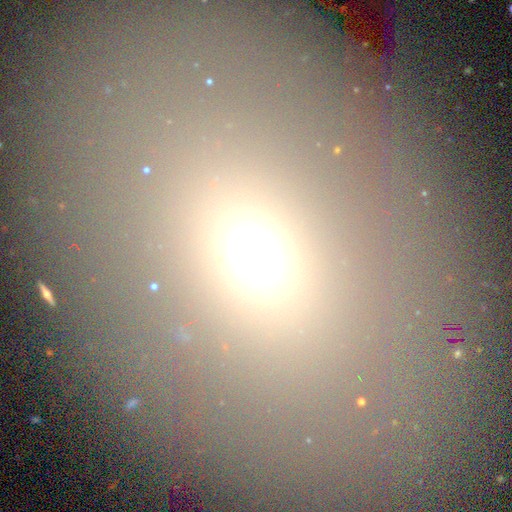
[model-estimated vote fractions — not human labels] Smooth or featured? smooth (61%)
How rounded? in between (48%, tied with round)
Merging? none (70%)